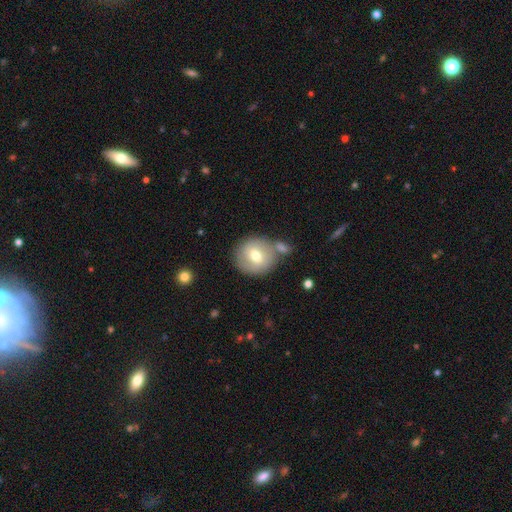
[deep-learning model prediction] Smooth or featured?
  - smooth: 66% *
  - featured or disk: 26%
  - star or artifact: 8%
How rounded?
  - round: 88% *
  - in between: 11%
  - cigar-shaped: 1%
Merging?
  - none: 65% *
  - merger: 18%
  - minor disturbance: 13%
  - major disturbance: 4%